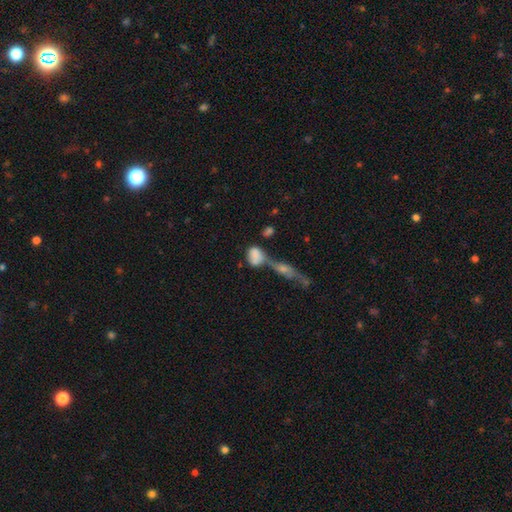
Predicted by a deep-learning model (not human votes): smooth-or-featured: smooth: 72% | featured or disk: 18% | star or artifact: 10%
  how-rounded: in between: 68% | round: 26% | cigar-shaped: 7%
  merging: merger: 54% | none: 23% | minor disturbance: 13% | major disturbance: 11%